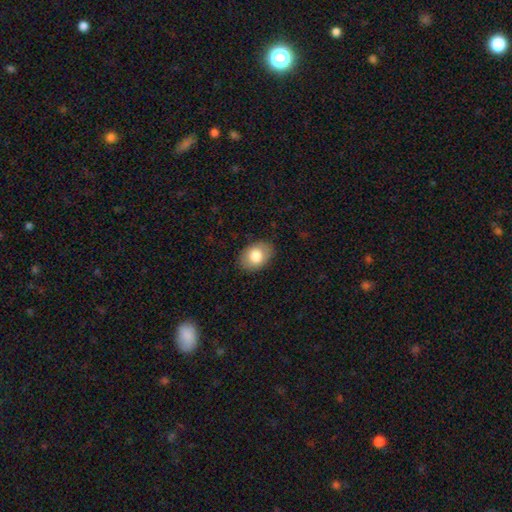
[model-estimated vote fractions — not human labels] Smooth or featured: smooth — 81% (featured or disk — 12%)
How rounded: in between — 78% (round — 21%)
Merging: none — 86% (minor disturbance — 10%)